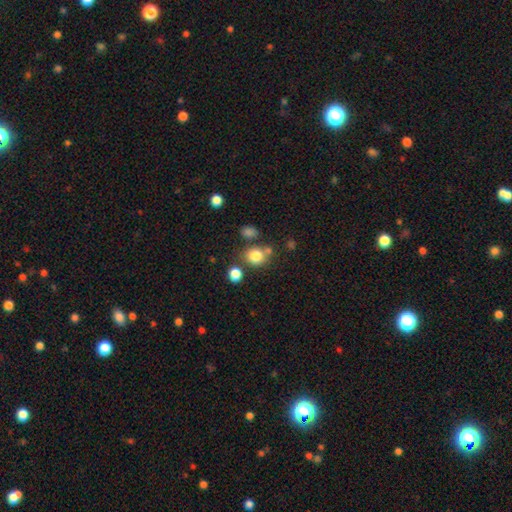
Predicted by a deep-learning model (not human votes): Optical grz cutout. It shows a smooth galaxy with no disk features (80%) that is round (76%). Merging: none (66%).